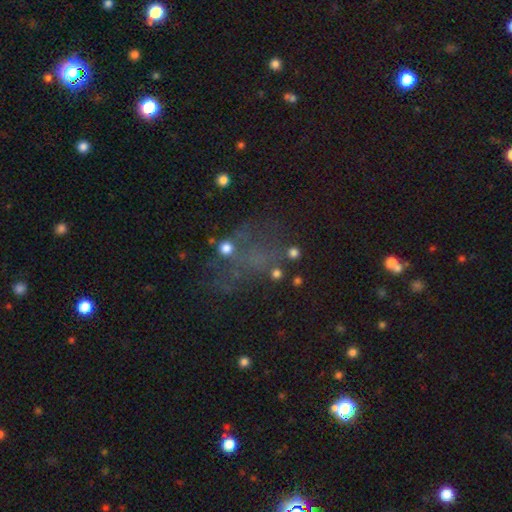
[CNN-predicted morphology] Overall: star or artifact (40%; featured or disk 30%).